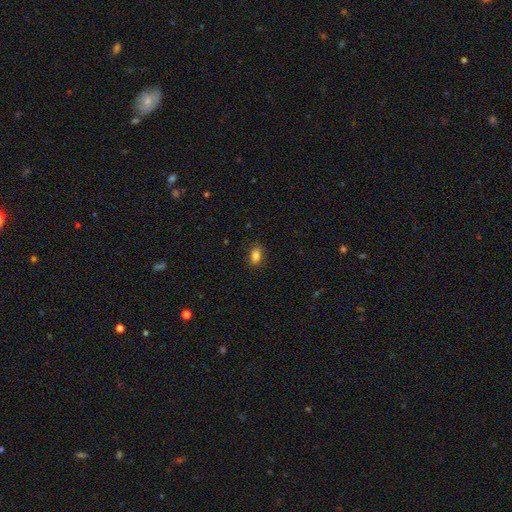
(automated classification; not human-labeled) Q: Smooth or featured?
A: smooth (84%); runner-up: star or artifact (10%)
Q: How rounded?
A: in between (85%); runner-up: round (12%)
Q: Merging?
A: none (86%); runner-up: minor disturbance (11%)